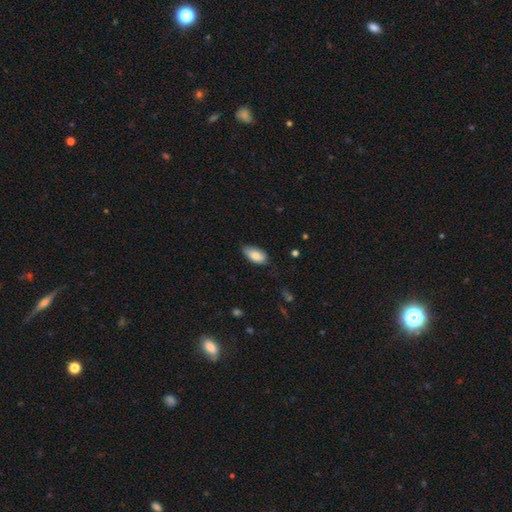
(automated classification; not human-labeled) Q: Smooth or featured?
A: smooth (82%); runner-up: featured or disk (11%)
Q: How rounded?
A: in between (92%); runner-up: cigar-shaped (6%)
Q: Merging?
A: none (65%); runner-up: minor disturbance (29%)